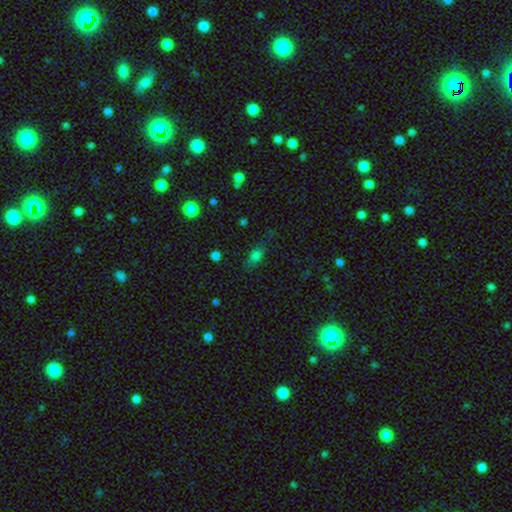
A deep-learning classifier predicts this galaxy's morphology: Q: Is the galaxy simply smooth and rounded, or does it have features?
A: smooth — 72%.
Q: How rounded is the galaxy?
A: in between — 77%.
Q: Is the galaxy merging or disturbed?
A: none — 67%.